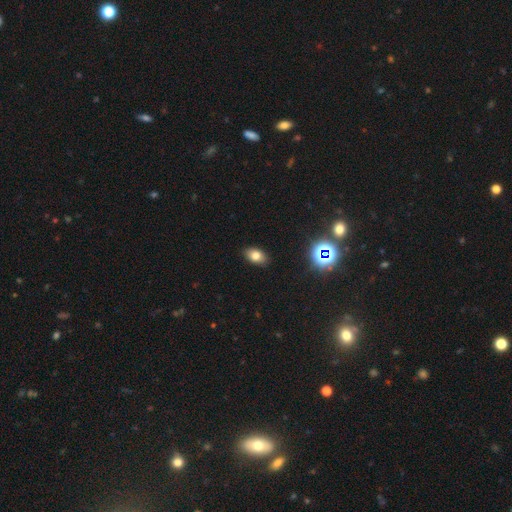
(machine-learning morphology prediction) Smooth or featured? smooth (77%)
How rounded? in between (87%)
Merging? none (87%)